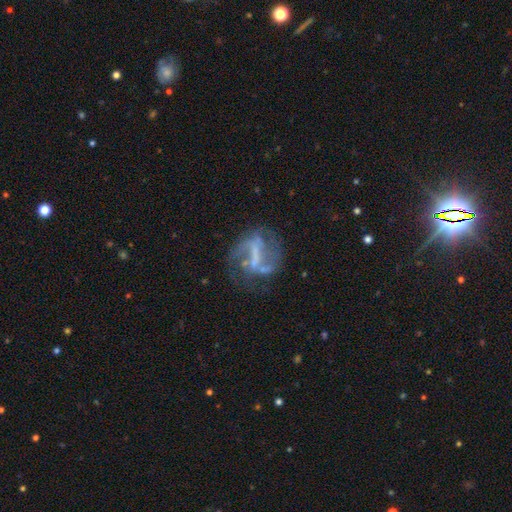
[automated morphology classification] A featured or disk galaxy (76%) with a strong bar (52%), 2 (66%) loose (48%) spiral arms (72%) and no central bulge (55%). Merging: none (52%).